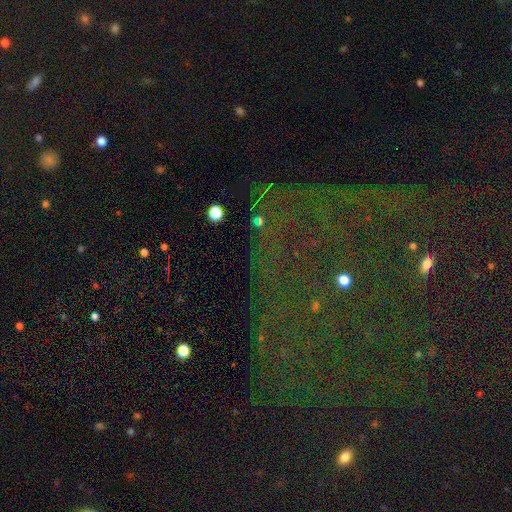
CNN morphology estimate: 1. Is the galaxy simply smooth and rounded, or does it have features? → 81% star or artifact, 10% smooth, 10% featured or disk.